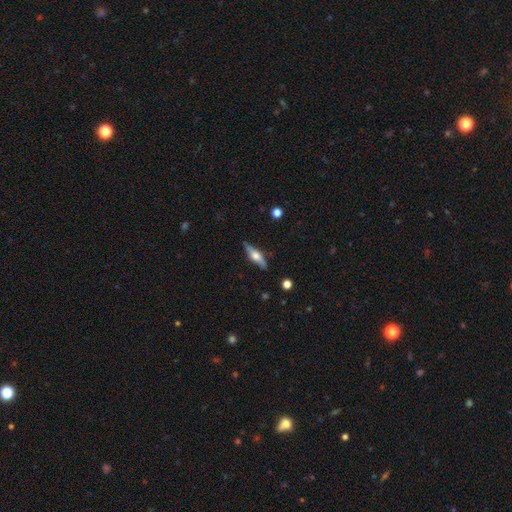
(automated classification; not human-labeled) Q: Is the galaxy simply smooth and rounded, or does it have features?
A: featured or disk — 60%.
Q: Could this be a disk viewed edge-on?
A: yes — 92%.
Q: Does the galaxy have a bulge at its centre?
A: rounded — 90%.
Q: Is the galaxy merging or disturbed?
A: none — 84%.